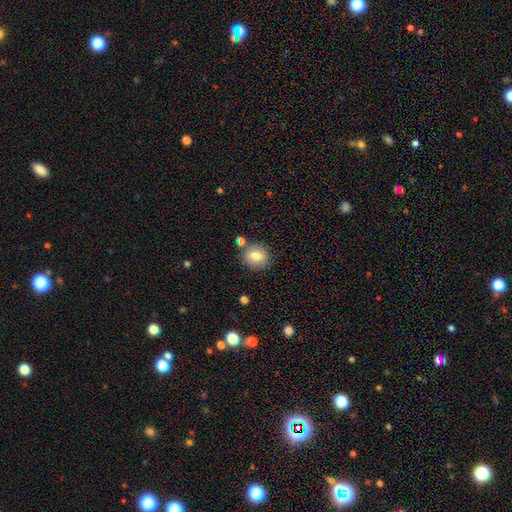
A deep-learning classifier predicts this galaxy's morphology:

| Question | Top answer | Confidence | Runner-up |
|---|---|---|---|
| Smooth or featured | smooth | 78% | featured or disk (12%) |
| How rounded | round | 77% | in between (22%) |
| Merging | none | 80% | minor disturbance (10%) |